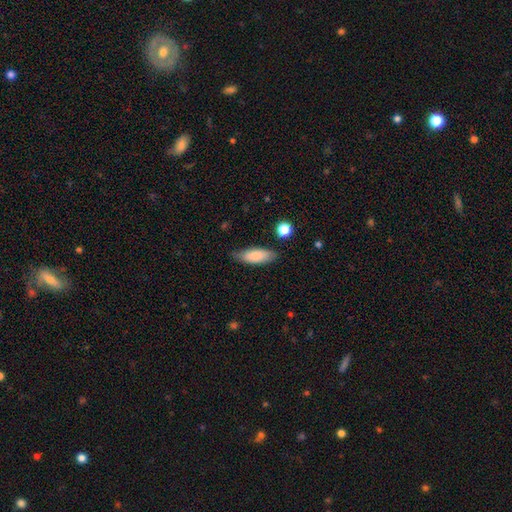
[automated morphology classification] Overall: smooth (83%). How rounded: in between (70%). Merging: none (76%).